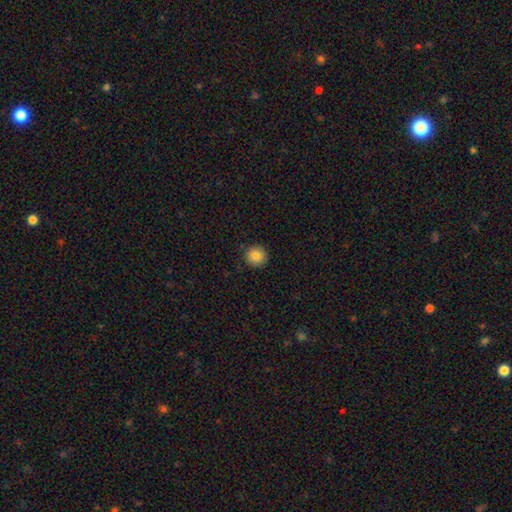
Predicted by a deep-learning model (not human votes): smooth 85%, star or artifact 9%, featured or disk 6%. Down the decision tree: how rounded — round (94%); merging — none (91%).